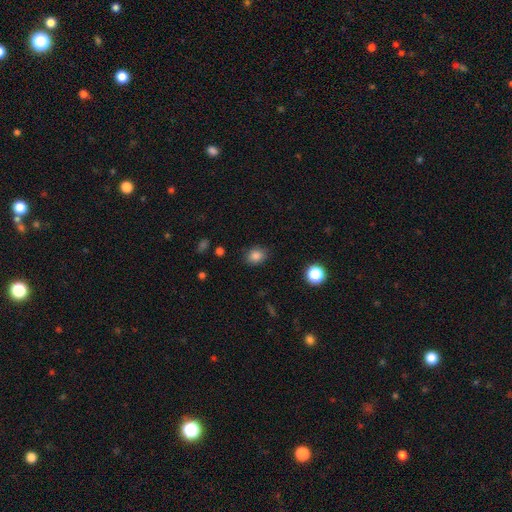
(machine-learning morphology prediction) Smooth or featured? smooth (84%)
How rounded? round (52%)
Merging? none (83%)